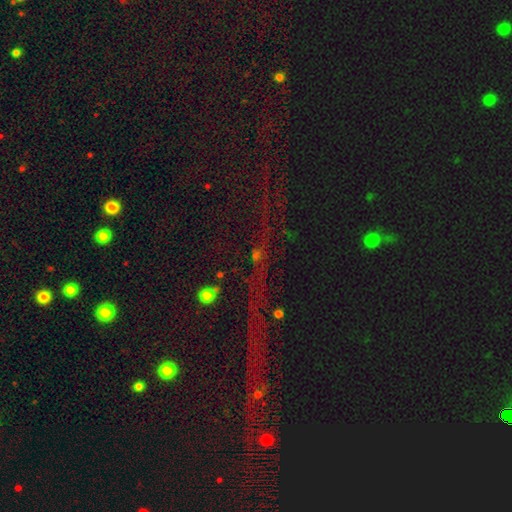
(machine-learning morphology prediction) A star or artifact, not a galaxy (67%).

Vote fractions:
- Smooth or featured? star or artifact: 67% / smooth: 17% / featured or disk: 15%